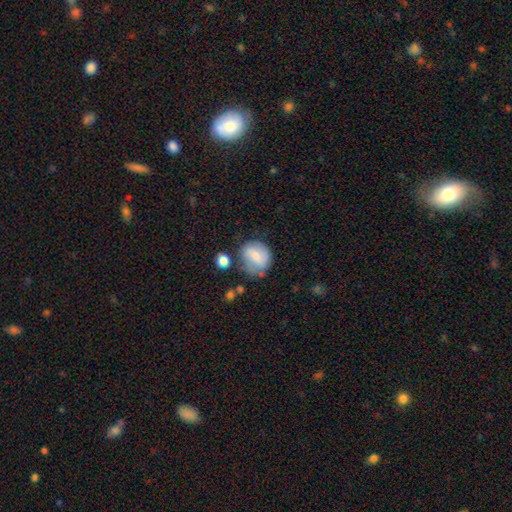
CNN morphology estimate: Q: Smooth or featured?
A: smooth (66%); runner-up: featured or disk (26%)
Q: How rounded?
A: round (77%); runner-up: in between (22%)
Q: Merging?
A: none (63%); runner-up: minor disturbance (23%)